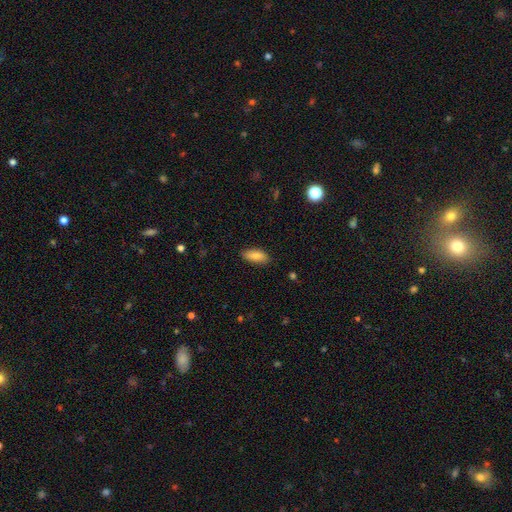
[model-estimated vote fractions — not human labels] Smooth or featured?
  - smooth: 84% *
  - featured or disk: 10%
  - star or artifact: 7%
How rounded?
  - in between: 82% *
  - cigar-shaped: 16%
  - round: 2%
Merging?
  - none: 86% *
  - minor disturbance: 11%
  - major disturbance: 2%
  - merger: 1%